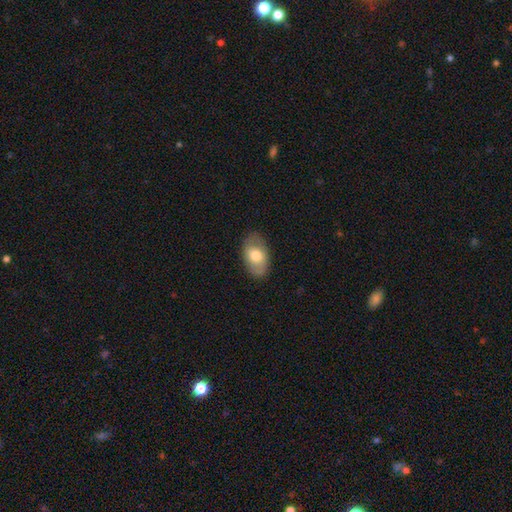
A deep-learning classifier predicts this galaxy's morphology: Smooth or featured? Predicted: smooth (p=0.69). How rounded? Predicted: in between (p=0.91). Merging? Predicted: none (p=0.82).